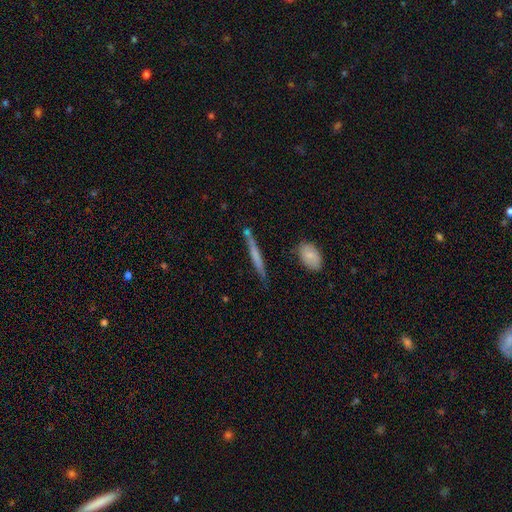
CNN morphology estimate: smooth 49%, featured or disk 45%, star or artifact 7%. Down the decision tree: merging — none (77%).